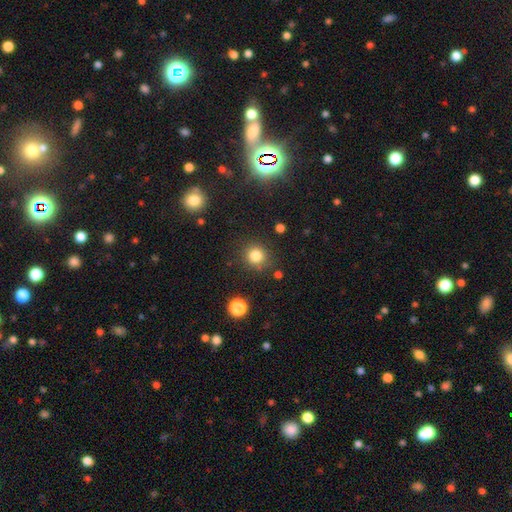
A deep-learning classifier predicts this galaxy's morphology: Q: Smooth or featured?
A: smooth (82%); runner-up: star or artifact (13%)
Q: How rounded?
A: round (90%); runner-up: in between (9%)
Q: Merging?
A: none (84%); runner-up: minor disturbance (9%)